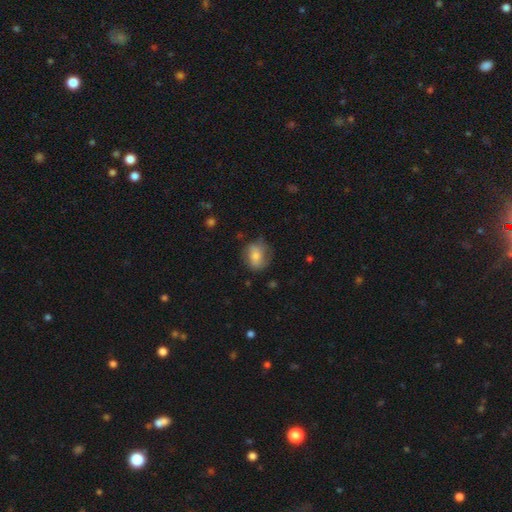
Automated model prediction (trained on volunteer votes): smooth 63%, featured or disk 29%, star or artifact 8%. Down the decision tree: how rounded — in between (56%); merging — none (61%).